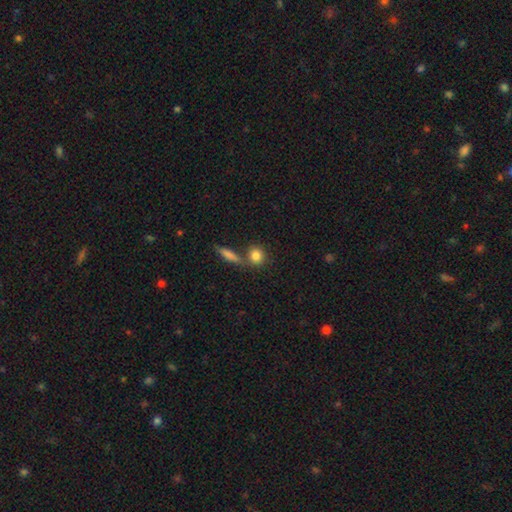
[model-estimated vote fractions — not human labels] smooth-or-featured: smooth: 83% | star or artifact: 9% | featured or disk: 8%
  how-rounded: round: 75% | in between: 20% | cigar-shaped: 5%
  merging: none: 65% | merger: 22% | minor disturbance: 10% | major disturbance: 3%